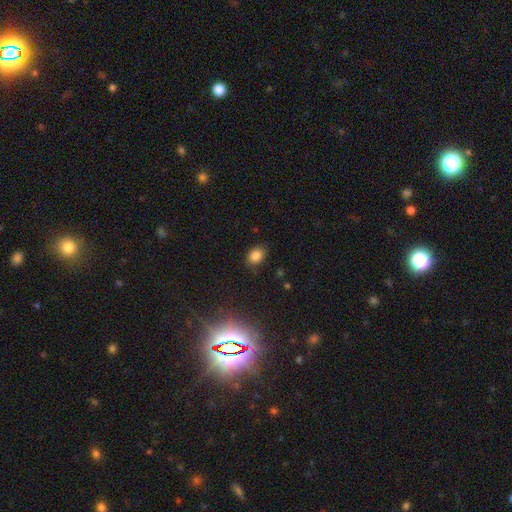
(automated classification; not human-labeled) smooth-or-featured: smooth: 82% | star or artifact: 12% | featured or disk: 5%
  how-rounded: in between: 67% | round: 31% | cigar-shaped: 1%
  merging: none: 82% | minor disturbance: 13% | major disturbance: 3% | merger: 1%